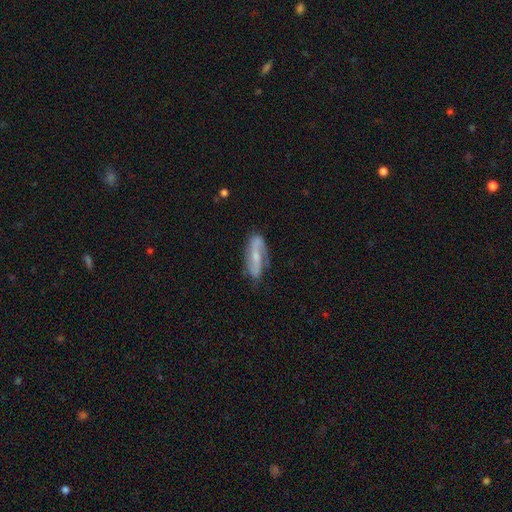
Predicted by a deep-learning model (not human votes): featured or disk 71%, smooth 22%, star or artifact 7%. Down the decision tree: edge-on disk — no (86%); bar — strong (38%); spiral arms — yes (88%); spiral arm count — 2 (85%); spiral winding — loose (47%); bulge size — small (59%); merging — none (73%).